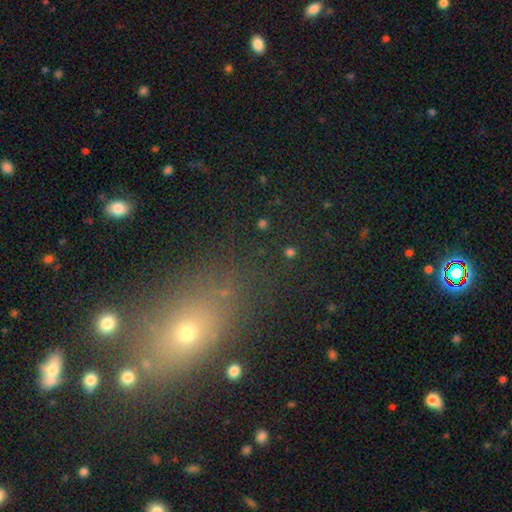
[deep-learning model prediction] A smooth galaxy with no disk features (50%).

Vote fractions:
- Smooth or featured? smooth: 50% / star or artifact: 35% / featured or disk: 16%
- Merging? none: 78% / minor disturbance: 11% / major disturbance: 6% / merger: 5%